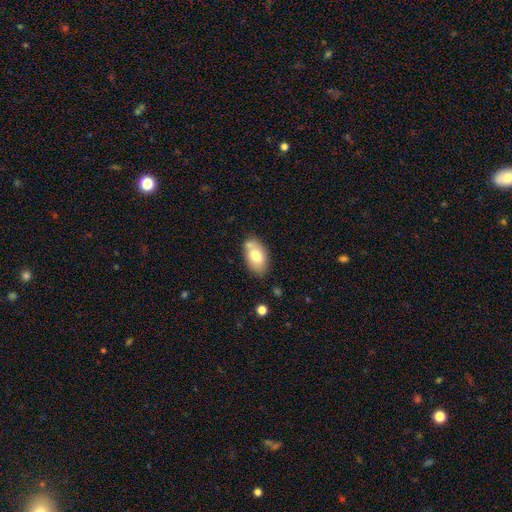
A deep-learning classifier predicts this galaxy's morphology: smooth-or-featured: smooth: 74% | featured or disk: 19% | star or artifact: 7%
  how-rounded: in between: 92% | round: 6% | cigar-shaped: 2%
  merging: none: 60% | minor disturbance: 21% | merger: 13% | major disturbance: 5%